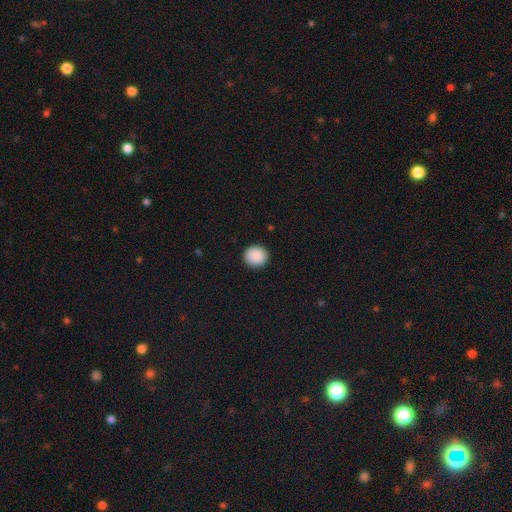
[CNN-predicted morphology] Smooth or featured?
  - smooth: 90% *
  - star or artifact: 8%
  - featured or disk: 3%
How rounded?
  - round: 91% *
  - in between: 8%
  - cigar-shaped: 1%
Merging?
  - none: 92% *
  - minor disturbance: 5%
  - major disturbance: 2%
  - merger: 1%